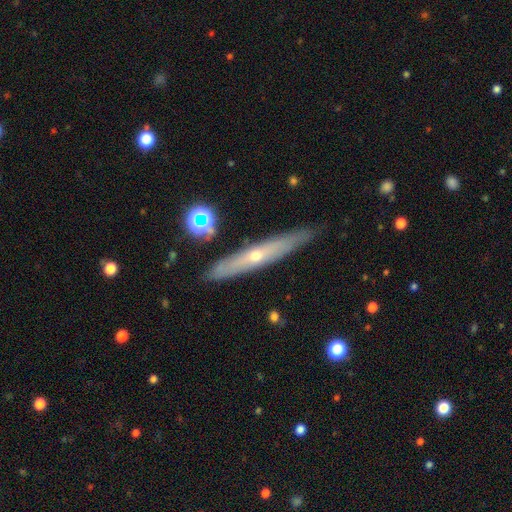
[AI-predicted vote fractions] Q: Smooth or featured?
A: featured or disk (65%); runner-up: smooth (27%)
Q: Edge-on disk?
A: yes (83%); runner-up: no (17%)
Q: Edge-on bulge?
A: rounded (74%); runner-up: none (24%)
Q: Merging?
A: none (87%); runner-up: minor disturbance (10%)